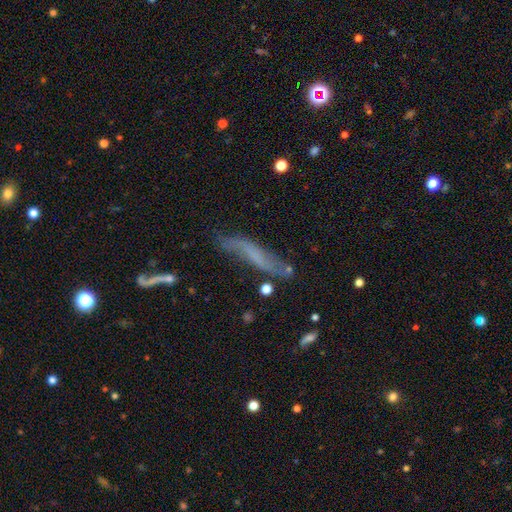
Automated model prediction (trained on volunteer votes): Overall: featured or disk (50%; smooth 39%). Merging: none (53%; minor disturbance 27%).